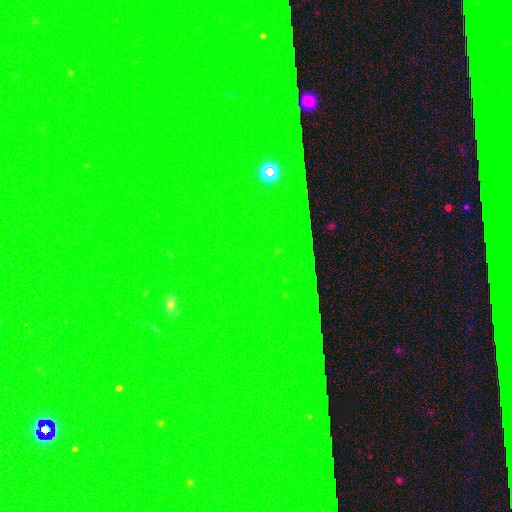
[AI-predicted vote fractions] Q: Smooth or featured?
A: star or artifact (85%); runner-up: featured or disk (8%)